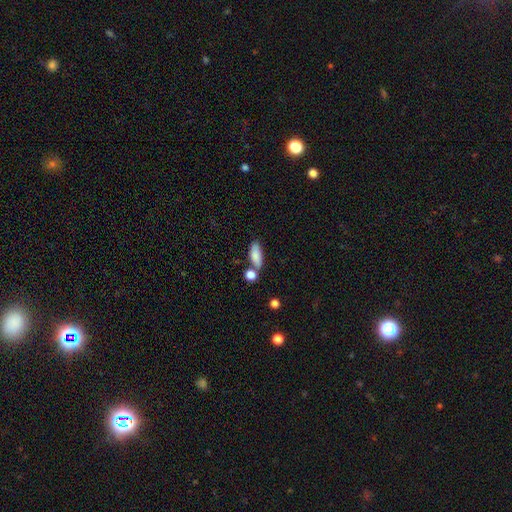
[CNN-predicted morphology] The model was most divided on "merging": none: 60%, merger: 20%, minor disturbance: 15%, major disturbance: 5%. More confident: smooth or featured — smooth (84%); how rounded — in between (76%).